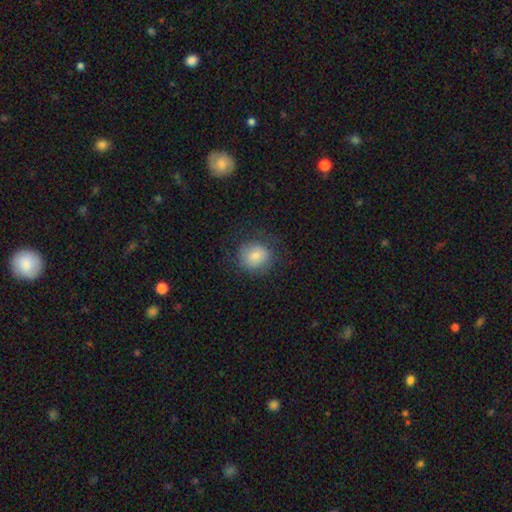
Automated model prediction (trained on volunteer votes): Smooth or featured? Predicted: smooth (p=0.77). How rounded? Predicted: round (p=0.80). Merging? Predicted: none (p=0.76).